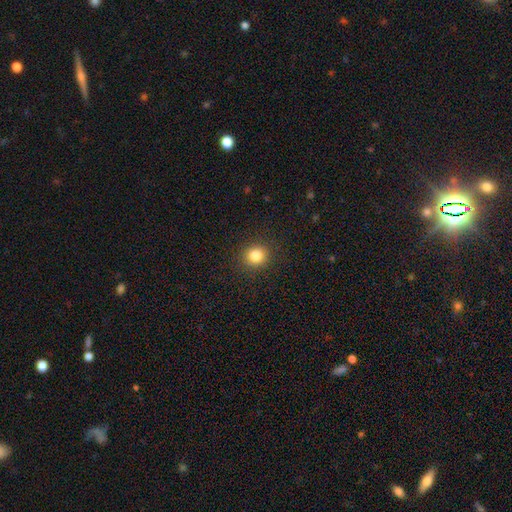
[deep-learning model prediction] Smooth or featured: smooth — 83% (star or artifact — 11%)
How rounded: round — 87% (in between — 12%)
Merging: none — 91% (minor disturbance — 6%)